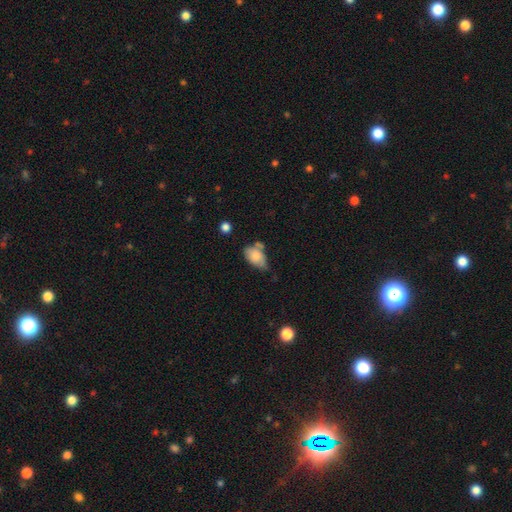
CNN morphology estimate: This is likely a smooth galaxy (77%). How rounded: clearly in between (89%). Merging: marginally none (37%).